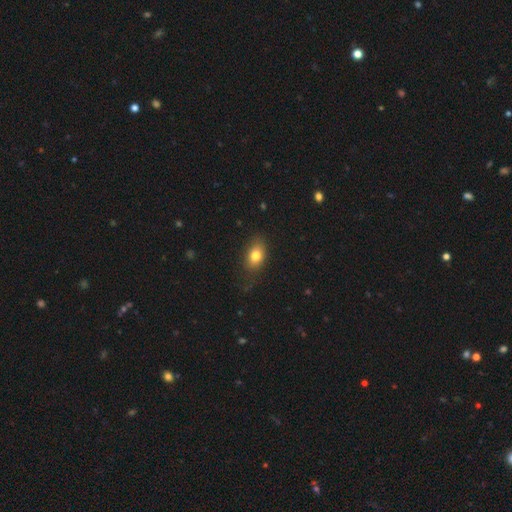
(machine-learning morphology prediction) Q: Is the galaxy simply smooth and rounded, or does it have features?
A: smooth — 78%.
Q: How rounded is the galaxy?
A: in between — 78%.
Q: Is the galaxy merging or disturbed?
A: none — 74%.